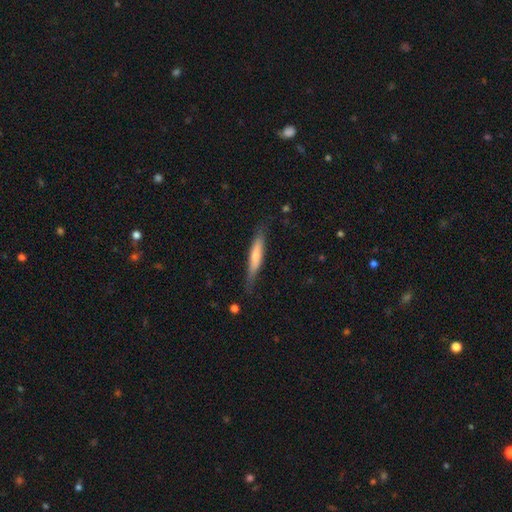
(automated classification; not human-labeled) smooth_or_featured: smooth (p=0.64) [alt: featured or disk p=0.31]
how_rounded: cigar-shaped (p=0.90) [alt: in between p=0.09]
merging: none (p=0.75) [alt: minor disturbance p=0.19]